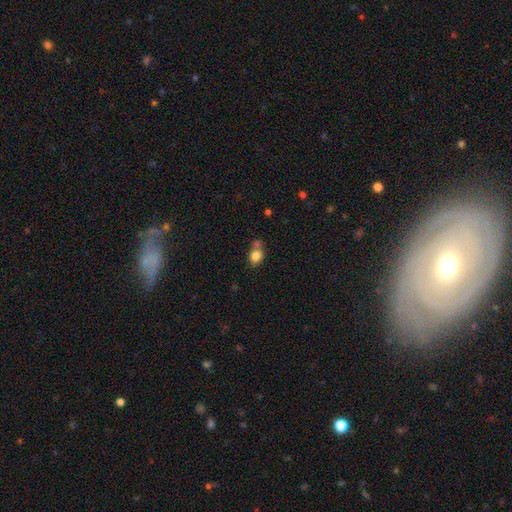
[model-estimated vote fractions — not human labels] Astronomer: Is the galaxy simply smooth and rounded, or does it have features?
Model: smooth — 82%.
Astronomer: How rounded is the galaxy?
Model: round — 52% (runner-up: in between, 46%).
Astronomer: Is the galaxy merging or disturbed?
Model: none — 48% (runner-up: merger, 31%).